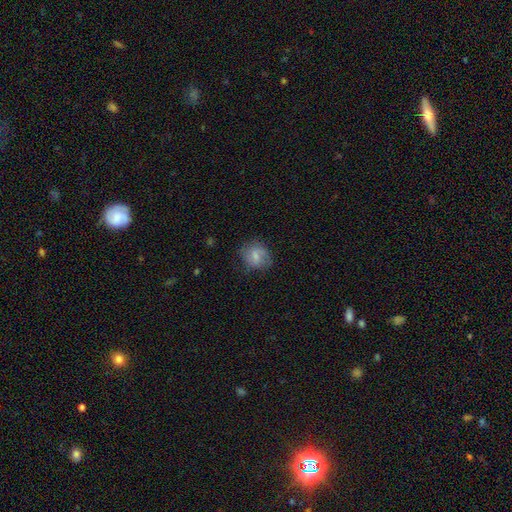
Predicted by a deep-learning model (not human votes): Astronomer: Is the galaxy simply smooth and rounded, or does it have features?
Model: smooth — 61%.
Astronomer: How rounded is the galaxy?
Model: round — 66%.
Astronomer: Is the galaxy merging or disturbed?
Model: none — 66%.